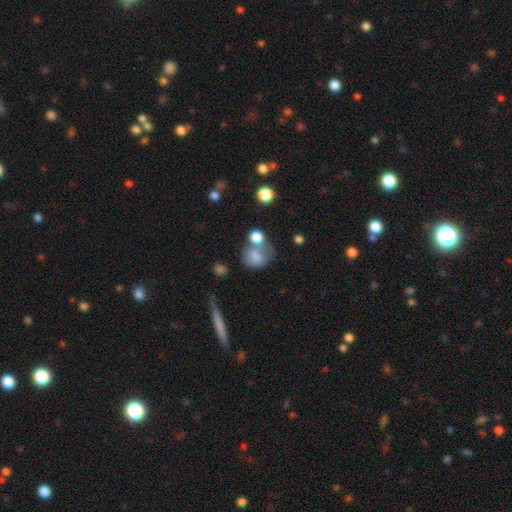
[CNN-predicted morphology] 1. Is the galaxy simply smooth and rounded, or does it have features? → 75% smooth, 14% featured or disk, 12% star or artifact.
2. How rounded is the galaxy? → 62% round, 37% in between, 1% cigar-shaped.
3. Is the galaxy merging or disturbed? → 38% none, 32% merger, 17% minor disturbance, 12% major disturbance.